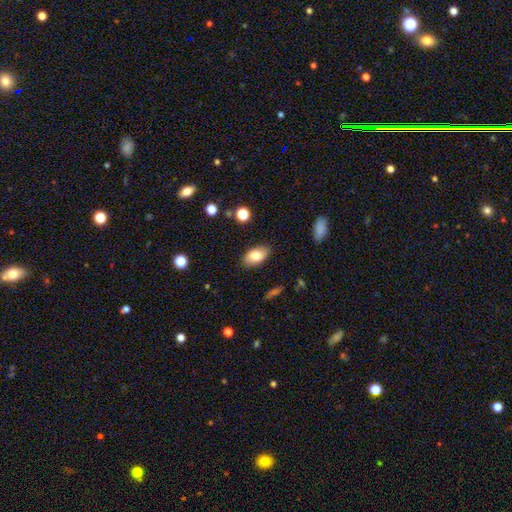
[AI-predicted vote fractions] smooth 79%, featured or disk 14%, star or artifact 7%. Down the decision tree: how rounded — in between (93%); merging — none (85%).